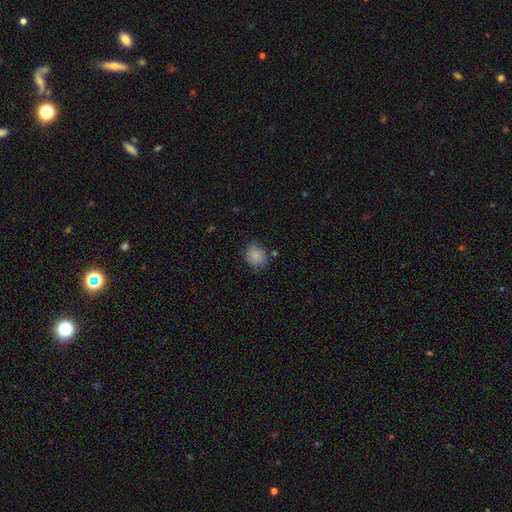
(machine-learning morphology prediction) This is clearly a smooth galaxy (85%). How rounded: likely round (67%). Merging: likely none (72%).